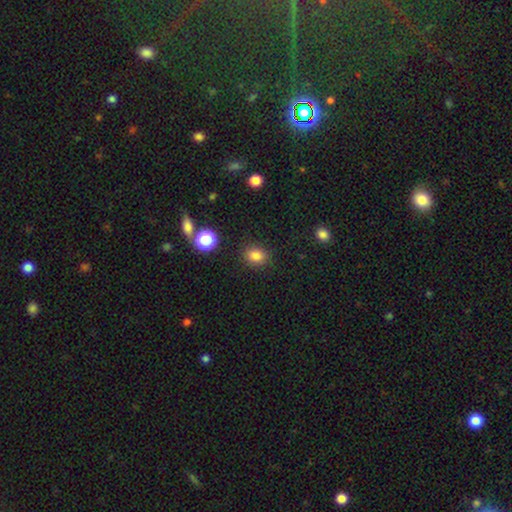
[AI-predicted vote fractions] This appears to be a smooth galaxy with no disk features (82%) that is round (53%). Merging: none (86%).